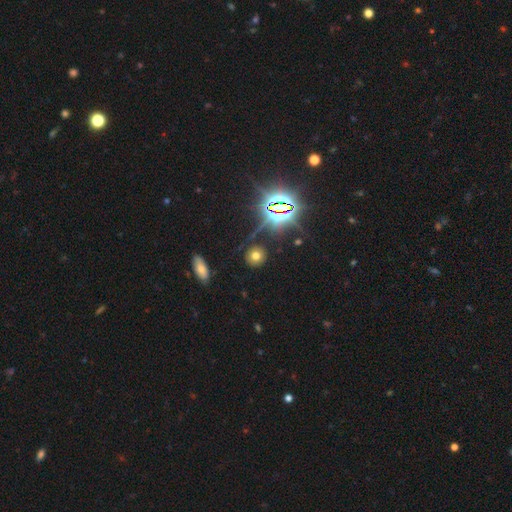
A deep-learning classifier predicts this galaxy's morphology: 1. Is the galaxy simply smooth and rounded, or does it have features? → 59% smooth, 30% star or artifact, 11% featured or disk.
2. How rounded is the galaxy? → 83% round, 15% in between, 2% cigar-shaped.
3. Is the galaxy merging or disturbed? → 84% none, 9% minor disturbance, 4% major disturbance, 3% merger.